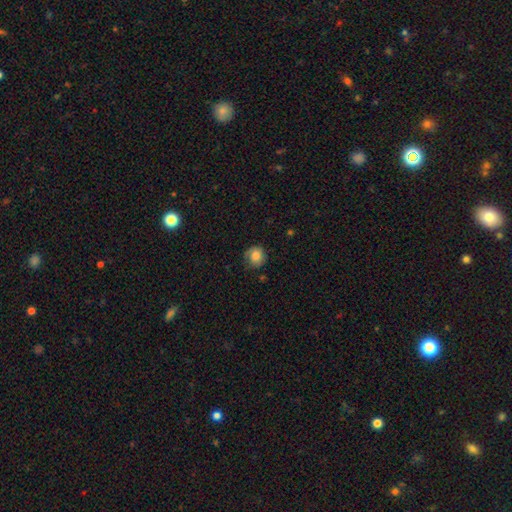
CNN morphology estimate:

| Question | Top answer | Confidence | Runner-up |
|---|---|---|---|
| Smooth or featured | smooth | 74% | featured or disk (17%) |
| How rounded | round | 83% | in between (16%) |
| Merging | none | 68% | minor disturbance (23%) |